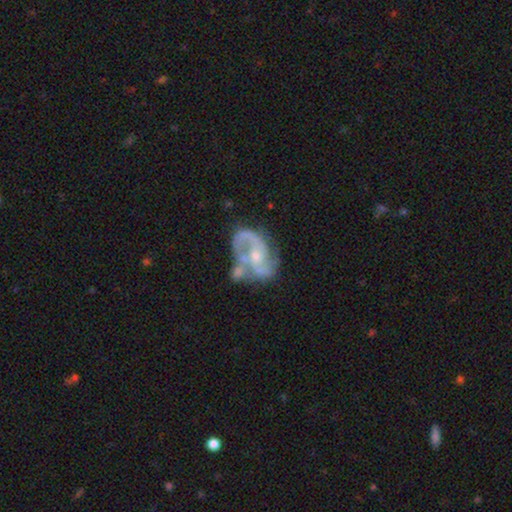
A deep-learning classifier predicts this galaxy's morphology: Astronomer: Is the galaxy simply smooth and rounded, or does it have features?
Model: featured or disk — 87%.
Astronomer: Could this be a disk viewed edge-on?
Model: no — 98%.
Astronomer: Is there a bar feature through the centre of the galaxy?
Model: no — 50% (runner-up: weak, 38%).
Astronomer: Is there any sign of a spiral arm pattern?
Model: yes — 95%.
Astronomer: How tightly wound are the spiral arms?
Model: medium — 53%.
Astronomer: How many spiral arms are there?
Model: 2 — 76%.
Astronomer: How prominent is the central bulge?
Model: small — 52% (runner-up: moderate, 42%).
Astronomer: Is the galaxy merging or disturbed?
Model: none — 40% (runner-up: merger, 24%).